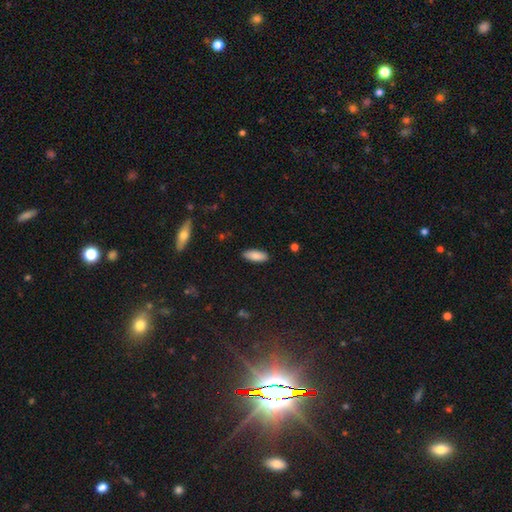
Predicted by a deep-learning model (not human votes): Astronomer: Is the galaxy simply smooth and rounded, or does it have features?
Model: smooth — 86%.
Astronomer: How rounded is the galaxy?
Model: in between — 76%.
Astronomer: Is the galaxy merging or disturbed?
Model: none — 89%.